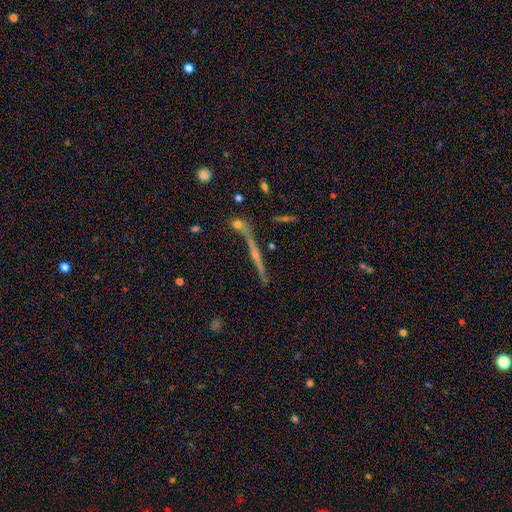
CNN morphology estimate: This is likely a featured or disk galaxy (74%). It is clearly viewed edge-on (96%). Edge-on bulge: likely rounded (70%). Merging: likely none (73%).